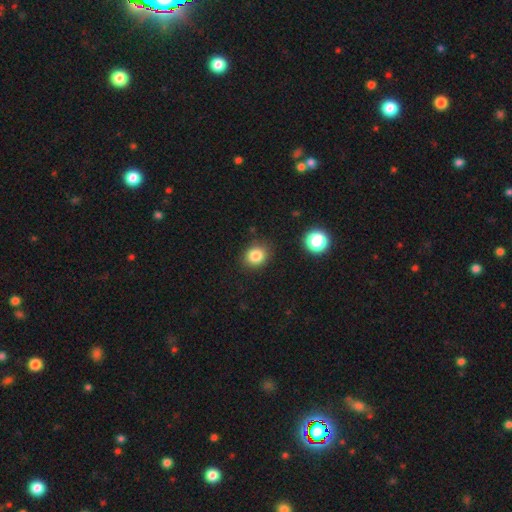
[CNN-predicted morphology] smooth 83%, star or artifact 12%, featured or disk 5%. Down the decision tree: how rounded — round (72%); merging — none (86%).